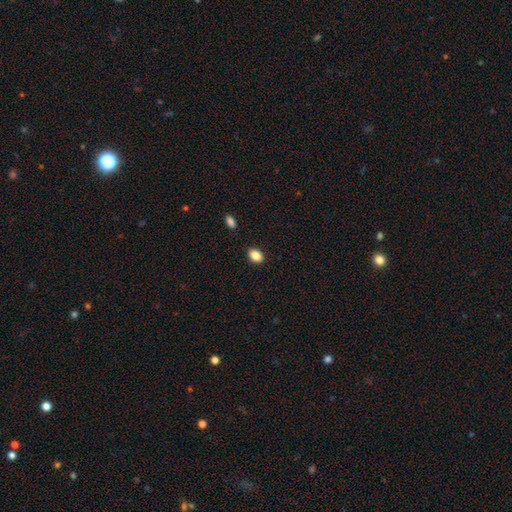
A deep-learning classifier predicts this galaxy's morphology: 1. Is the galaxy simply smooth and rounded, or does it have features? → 87% smooth, 9% star or artifact, 4% featured or disk.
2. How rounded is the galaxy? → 77% in between, 22% round, 1% cigar-shaped.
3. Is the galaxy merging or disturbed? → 88% none, 8% minor disturbance, 2% major disturbance, 1% merger.